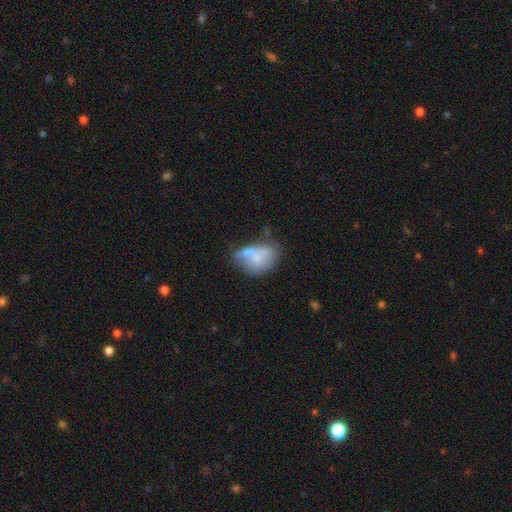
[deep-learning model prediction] smooth_or_featured: smooth (p=0.51) [alt: featured or disk p=0.39]
how_rounded: in between (p=0.79) [alt: round p=0.19]
merging: merger (p=0.30) [alt: none p=0.26]